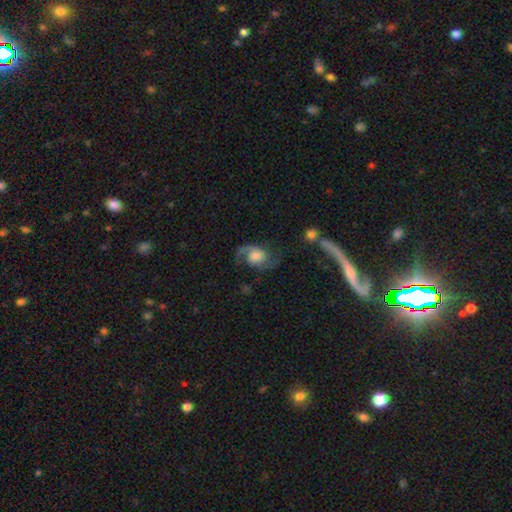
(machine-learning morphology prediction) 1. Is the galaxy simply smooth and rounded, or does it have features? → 79% featured or disk, 14% smooth, 7% star or artifact.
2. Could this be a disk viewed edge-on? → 98% no, 2% yes.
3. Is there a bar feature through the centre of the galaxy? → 66% no, 29% weak, 5% strong.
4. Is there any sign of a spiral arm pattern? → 96% yes, 4% no.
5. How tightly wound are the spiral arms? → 46% loose, 43% medium, 11% tight.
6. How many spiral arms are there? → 83% 2, 11% 1, 2% can't tell, 1% 3, 1% 4, 1% more than 4.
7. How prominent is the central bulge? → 35% large, 30% moderate, 16% small, 11% none, 8% dominant.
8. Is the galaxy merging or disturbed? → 62% none, 18% minor disturbance, 17% major disturbance, 3% merger.